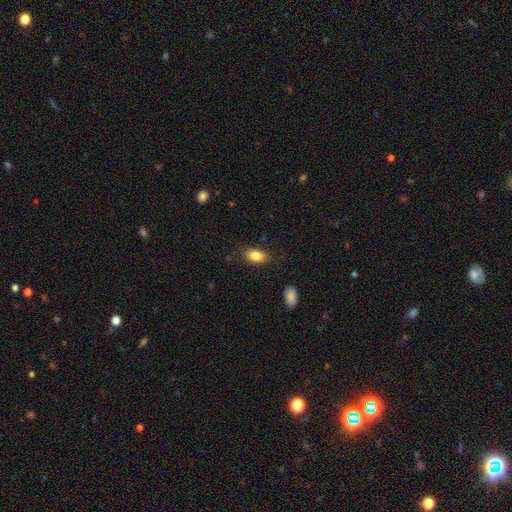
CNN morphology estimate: Smooth or featured? smooth (84%)
How rounded? in between (88%)
Merging? none (80%)